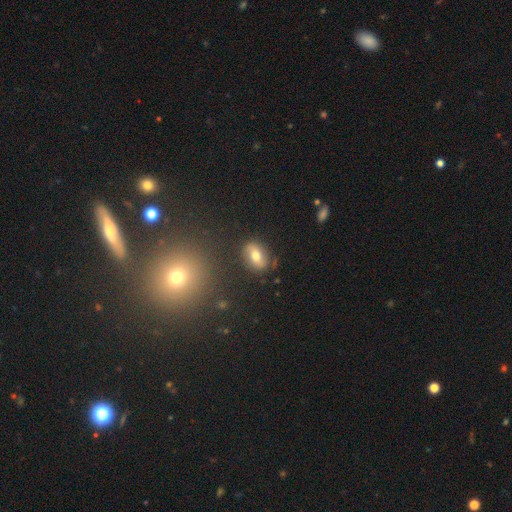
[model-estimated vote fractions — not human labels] smooth-or-featured: smooth: 59% | featured or disk: 31% | star or artifact: 11%
  how-rounded: in between: 78% | round: 18% | cigar-shaped: 3%
  merging: none: 81% | minor disturbance: 12% | major disturbance: 4% | merger: 3%